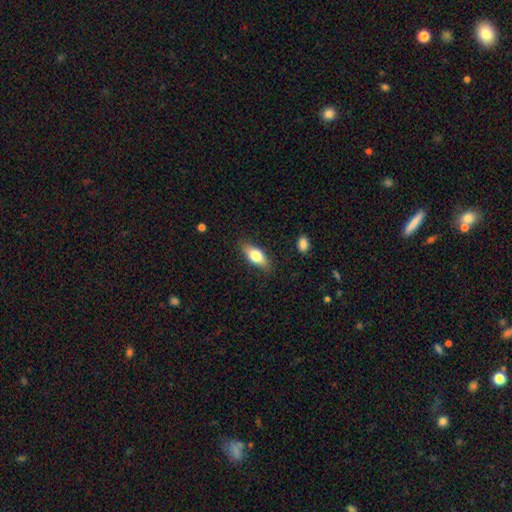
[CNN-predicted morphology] The model was most divided on "smooth or featured": smooth: 71%, featured or disk: 22%, star or artifact: 7%. More confident: merging — none (83%); how rounded — in between (81%).